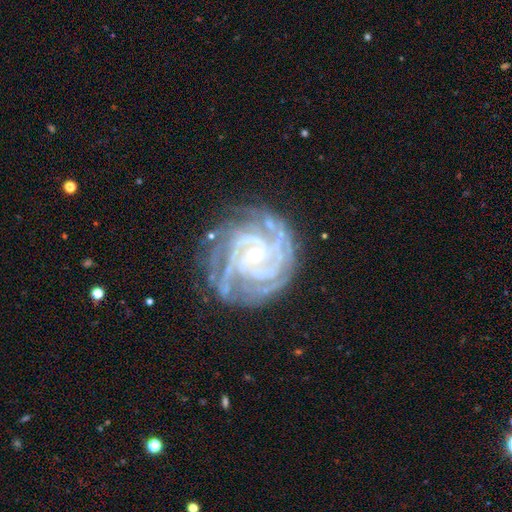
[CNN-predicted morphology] featured or disk 91%, star or artifact 6%, smooth 3%. Down the decision tree: edge-on disk — no (98%); bar — no (67%); spiral arms — yes (98%); spiral arm count — 4 (29%); spiral winding — tight (76%); bulge size — small (79%); merging — none (75%).